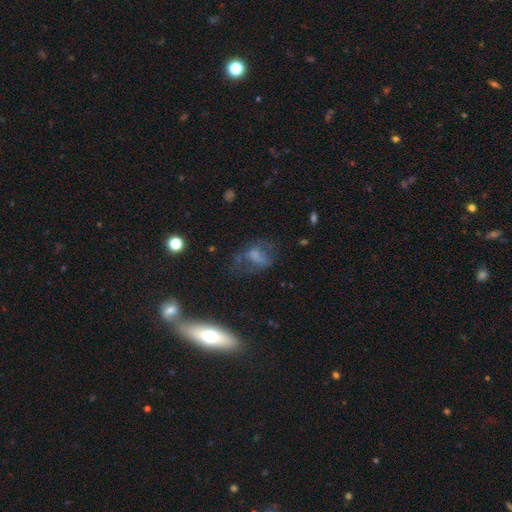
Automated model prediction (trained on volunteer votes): Morphology: type=smooth (46%); merging=none (43%).